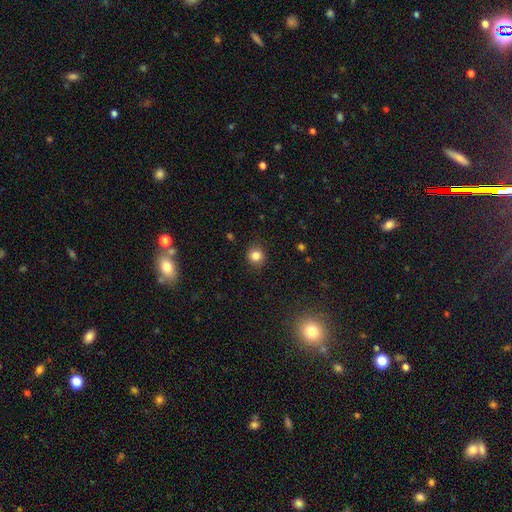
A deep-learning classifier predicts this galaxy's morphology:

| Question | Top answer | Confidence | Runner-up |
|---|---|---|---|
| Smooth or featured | smooth | 82% | star or artifact (12%) |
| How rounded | round | 88% | in between (11%) |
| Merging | none | 89% | minor disturbance (8%) |